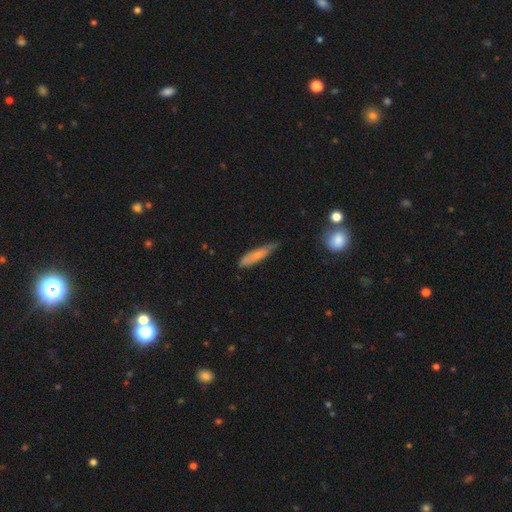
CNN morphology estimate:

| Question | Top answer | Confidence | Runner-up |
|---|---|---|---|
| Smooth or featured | smooth | 67% | featured or disk (26%) |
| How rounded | cigar-shaped | 79% | in between (19%) |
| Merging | none | 59% | minor disturbance (32%) |